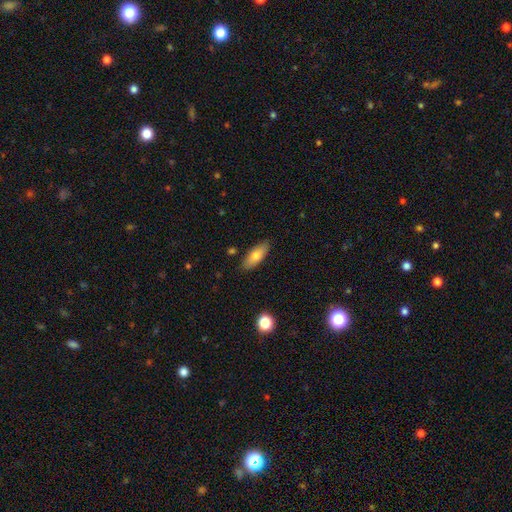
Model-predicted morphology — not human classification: Smooth or featured? smooth (73%)
How rounded? in between (76%)
Merging? none (86%)